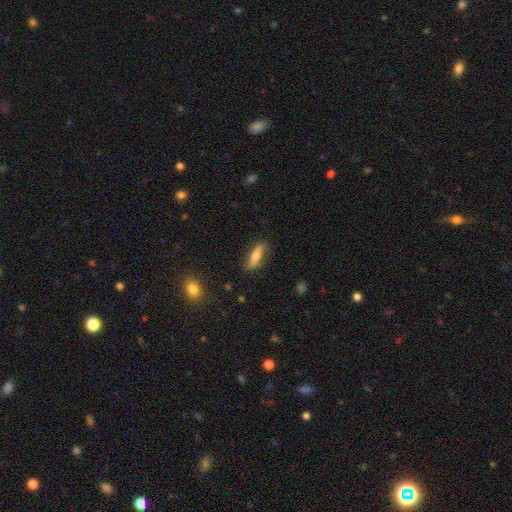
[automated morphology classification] Smooth or featured?
  - smooth: 51% *
  - featured or disk: 42%
  - star or artifact: 7%
How rounded?
  - cigar-shaped: 58% *
  - in between: 38%
  - round: 3%
Merging?
  - none: 80% *
  - minor disturbance: 15%
  - major disturbance: 4%
  - merger: 2%